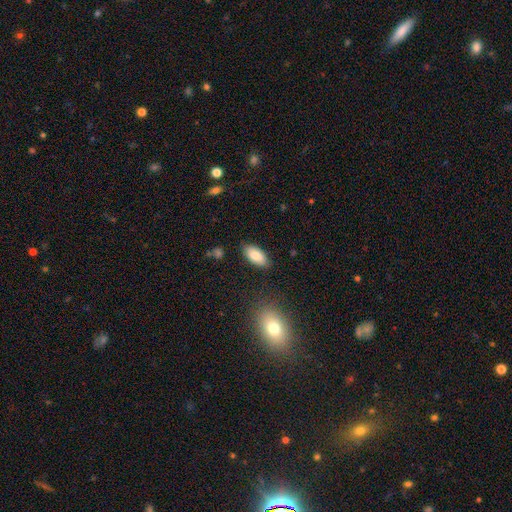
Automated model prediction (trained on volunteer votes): Smooth or featured?
  - smooth: 84% *
  - featured or disk: 9%
  - star or artifact: 7%
How rounded?
  - in between: 90% *
  - cigar-shaped: 8%
  - round: 2%
Merging?
  - none: 85% *
  - minor disturbance: 11%
  - major disturbance: 3%
  - merger: 2%